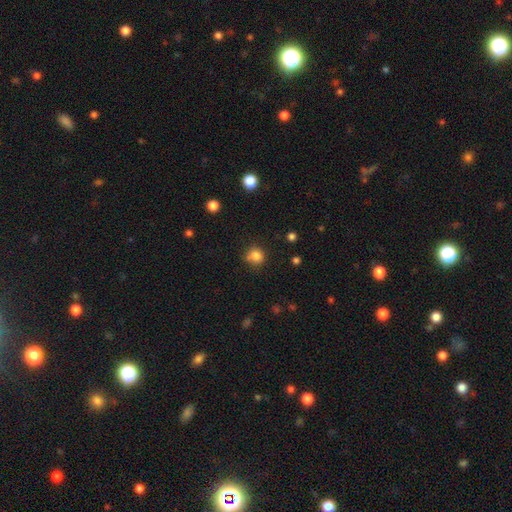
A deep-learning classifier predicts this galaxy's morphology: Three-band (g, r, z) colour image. It shows a smooth galaxy with no disk features (81%) that is round (86%). Merging: none (70%).